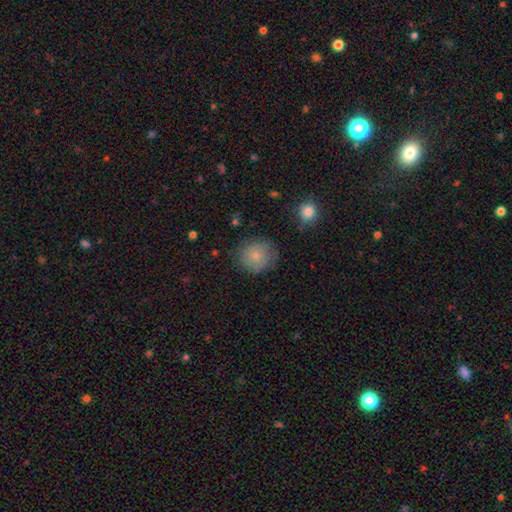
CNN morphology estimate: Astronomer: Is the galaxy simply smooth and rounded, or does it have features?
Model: smooth — 79%.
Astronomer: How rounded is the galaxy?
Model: round — 86%.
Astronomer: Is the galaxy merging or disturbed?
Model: none — 78%.